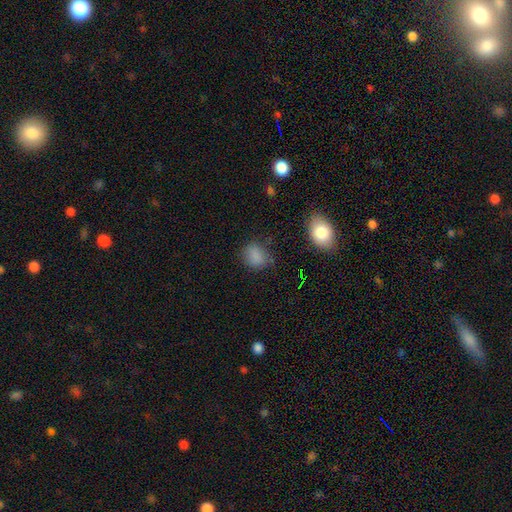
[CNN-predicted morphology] Q: Smooth or featured?
A: smooth (83%); runner-up: star or artifact (12%)
Q: How rounded?
A: round (50%); runner-up: in between (49%)
Q: Merging?
A: none (71%); runner-up: minor disturbance (20%)